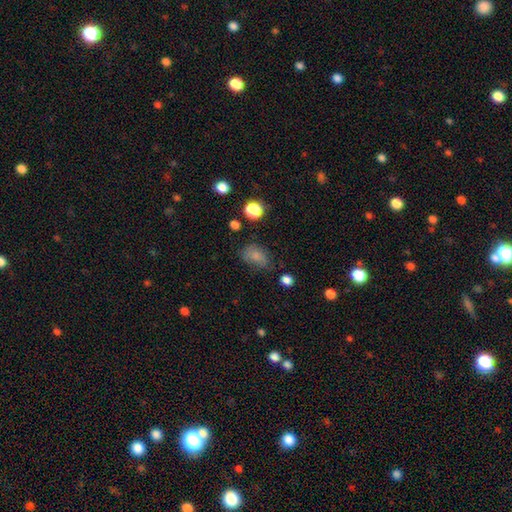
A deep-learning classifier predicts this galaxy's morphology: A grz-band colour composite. It shows a smooth galaxy with no disk features (77%) that is in between round and cigar-shaped (77%). Merging: none (57%).